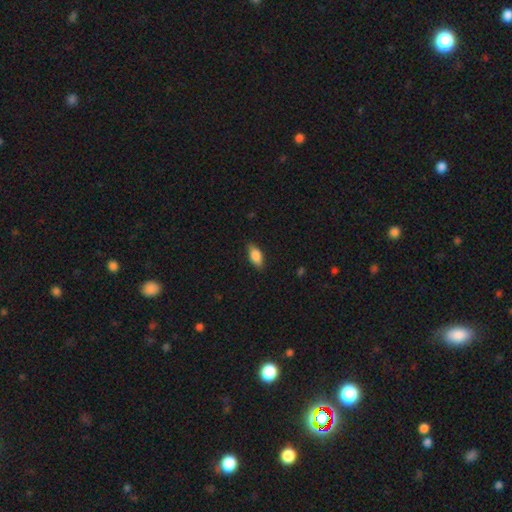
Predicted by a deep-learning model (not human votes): Smooth or featured? Predicted: smooth (p=0.83). How rounded? Predicted: in between (p=0.86). Merging? Predicted: none (p=0.83).